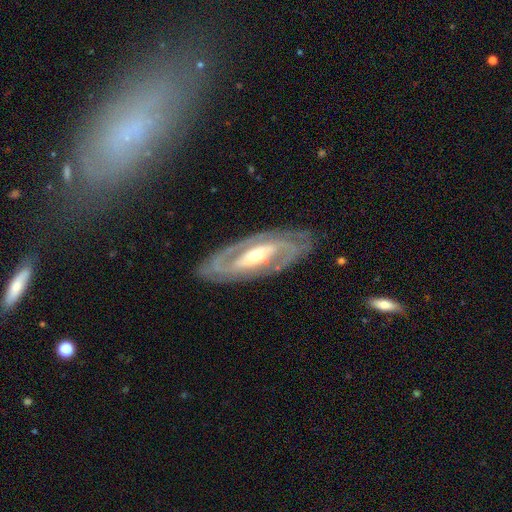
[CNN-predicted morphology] Overall: featured or disk (88%). Edge-on disk: no (91%). Bar: strong (42%; weak 29%). Spiral arms: yes (93%). Spiral arm count: 2 (75%). Spiral winding: tight (55%; medium 35%). Bulge size: moderate (54%; small 41%). Merging: none (82%).